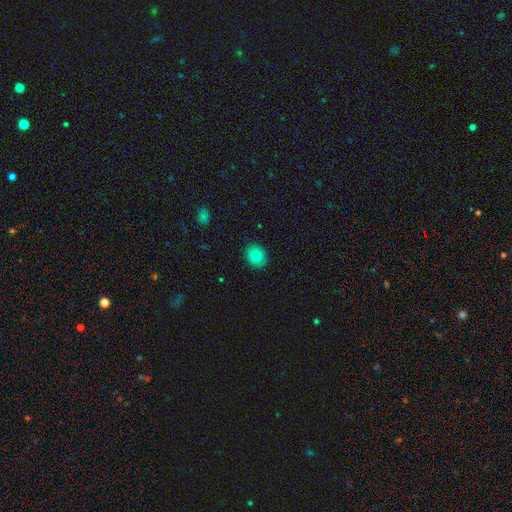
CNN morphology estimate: A smooth galaxy with no disk features (82%) that is in between round and cigar-shaped (53%).

Vote fractions:
- Smooth or featured? smooth: 82% / star or artifact: 10% / featured or disk: 8%
- How rounded? in between: 53% / round: 47% / cigar-shaped: 1%
- Merging? none: 89% / minor disturbance: 8% / major disturbance: 2% / merger: 1%